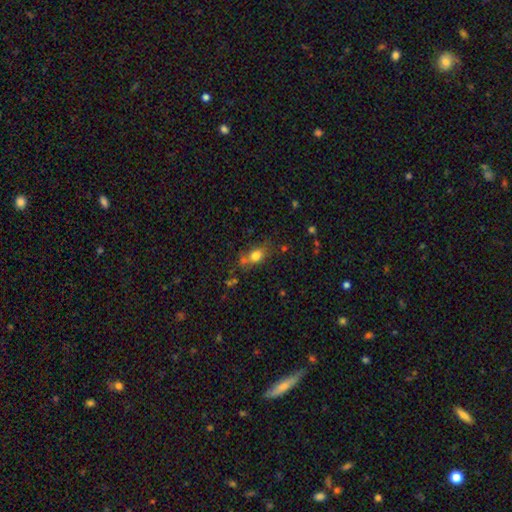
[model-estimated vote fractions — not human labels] Smooth or featured?
  - smooth: 76% *
  - star or artifact: 12%
  - featured or disk: 11%
How rounded?
  - in between: 64% *
  - round: 31%
  - cigar-shaped: 4%
Merging?
  - none: 57% *
  - merger: 18%
  - minor disturbance: 18%
  - major disturbance: 7%